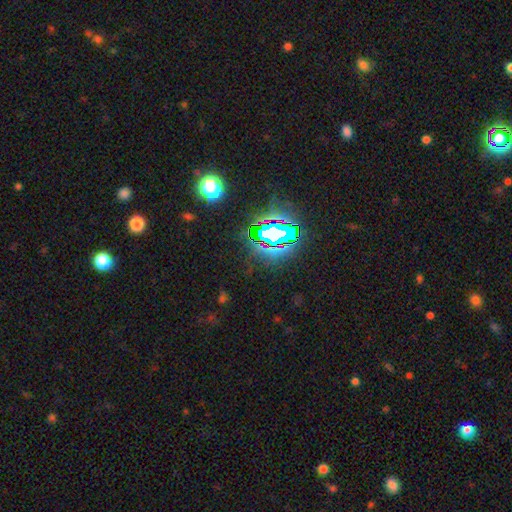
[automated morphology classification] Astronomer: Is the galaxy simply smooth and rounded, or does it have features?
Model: star or artifact — 79%.